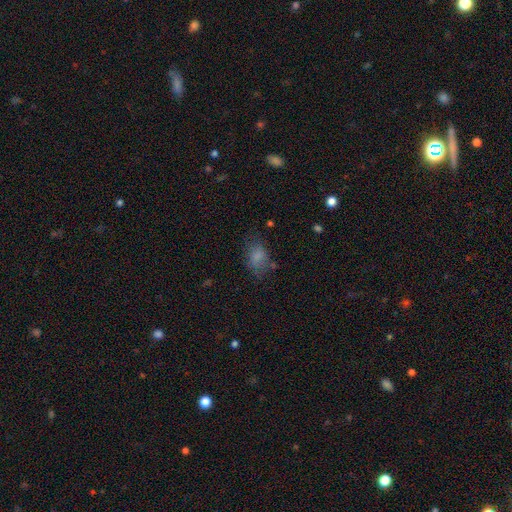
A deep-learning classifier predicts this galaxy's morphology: This is likely a smooth galaxy (72%). How rounded: clearly in between (81%). Merging: likely none (66%).